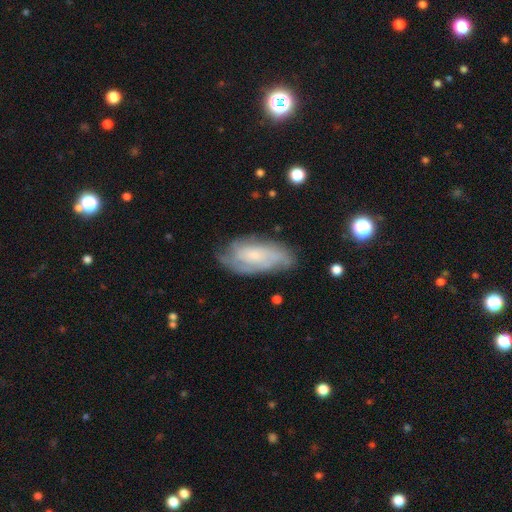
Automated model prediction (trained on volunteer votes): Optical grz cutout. It shows a featured or disk galaxy (66%) with no bar (69%), tight (56%) spiral arms (88%) and a small central bulge (59%). Merging: none (68%).